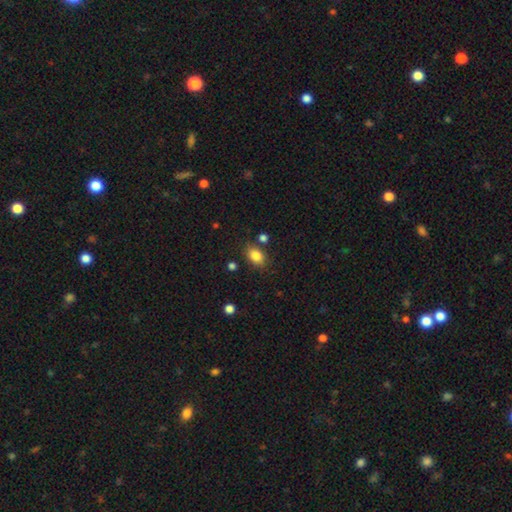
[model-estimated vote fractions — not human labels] This is clearly a smooth galaxy (84%). How rounded: clearly in between (82%). Merging: likely none (78%).